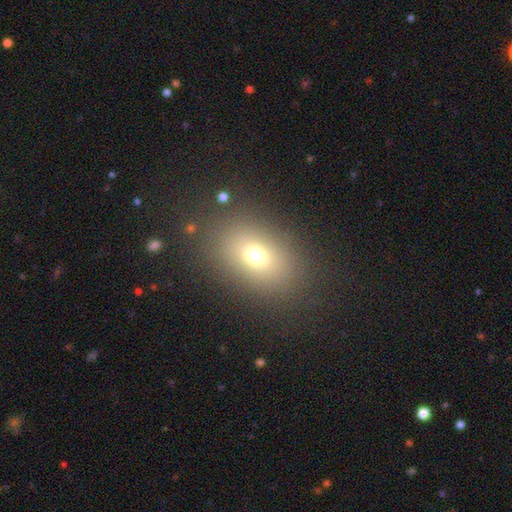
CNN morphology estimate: type=smooth (69%); roundness=in between (76%); merging=none (84%).